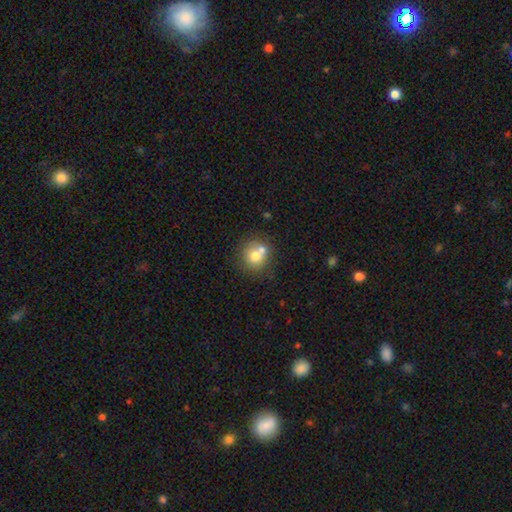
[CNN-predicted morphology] This is likely a smooth galaxy (71%). How rounded: clearly round (85%). Merging: possibly none (50%).